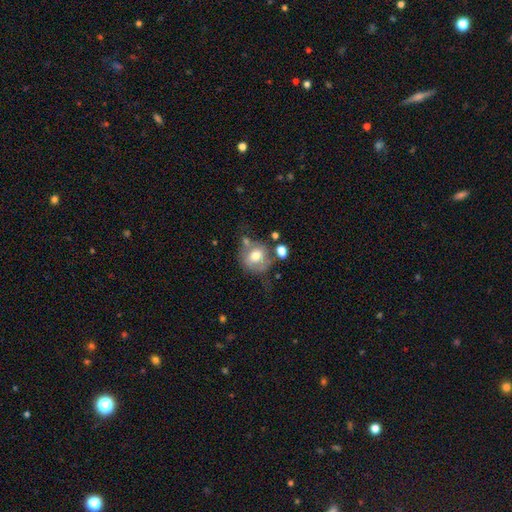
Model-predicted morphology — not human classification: This is likely a smooth galaxy (62%). How rounded: likely round (77%). Merging: possibly none (47%).